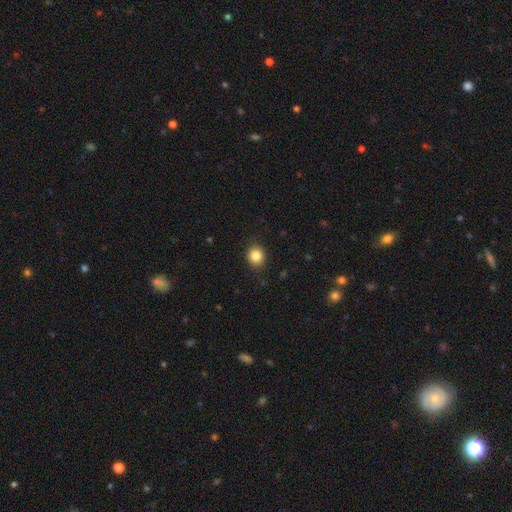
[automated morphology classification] type=smooth (85%); roundness=round (76%); merging=none (88%).